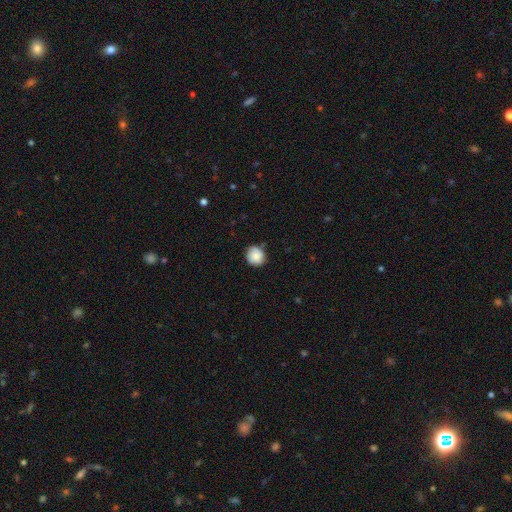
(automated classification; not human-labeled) Overall: smooth (86%). How rounded: round (88%). Merging: none (77%).